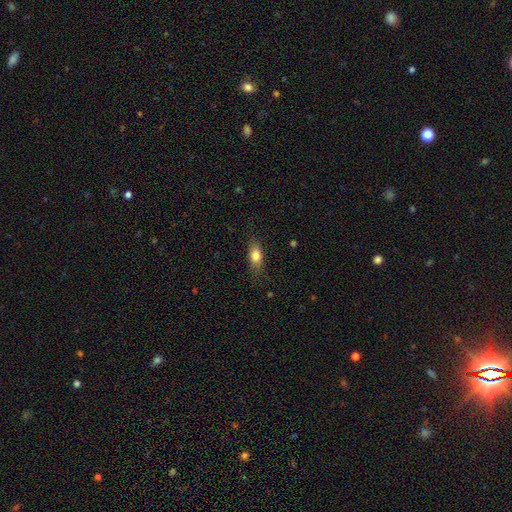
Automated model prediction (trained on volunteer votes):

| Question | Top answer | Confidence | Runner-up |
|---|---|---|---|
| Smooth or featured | smooth | 78% | featured or disk (14%) |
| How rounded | in between | 77% | cigar-shaped (14%) |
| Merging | none | 74% | minor disturbance (19%) |